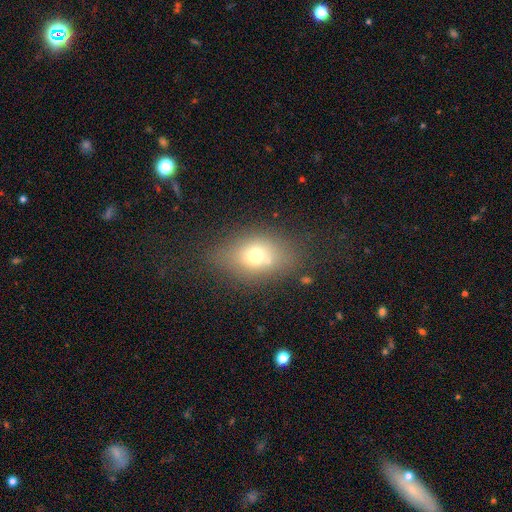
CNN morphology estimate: A smooth galaxy with no disk features (67%) that is in between round and cigar-shaped (72%). Merging: none (63%).